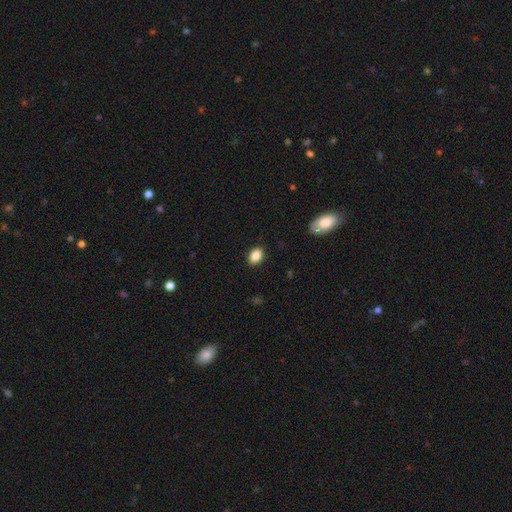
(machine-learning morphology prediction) Smooth or featured?
  - smooth: 87% *
  - star or artifact: 8%
  - featured or disk: 5%
How rounded?
  - in between: 78% *
  - round: 20%
  - cigar-shaped: 1%
Merging?
  - none: 88% *
  - minor disturbance: 9%
  - major disturbance: 2%
  - merger: 1%